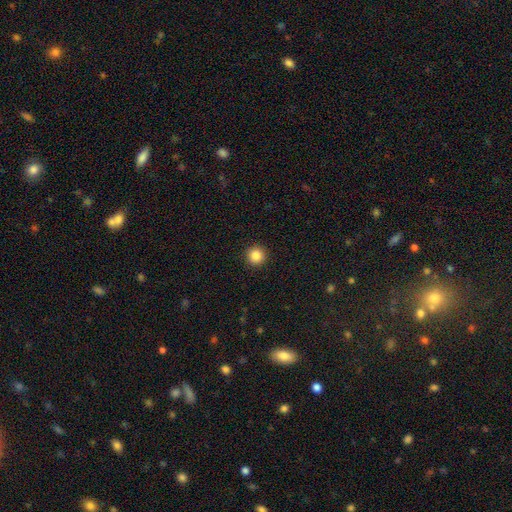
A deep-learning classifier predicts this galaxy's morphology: Smooth or featured? smooth (86%)
How rounded? round (95%)
Merging? none (93%)